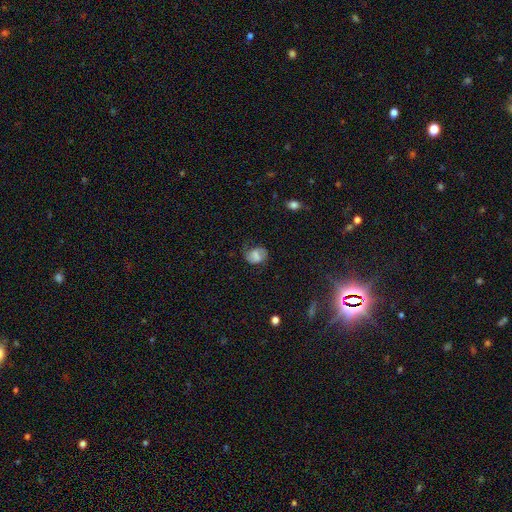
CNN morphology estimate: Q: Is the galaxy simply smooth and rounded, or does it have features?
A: smooth — 53%.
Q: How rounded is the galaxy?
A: in between — 54%.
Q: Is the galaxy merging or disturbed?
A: none — 59%.